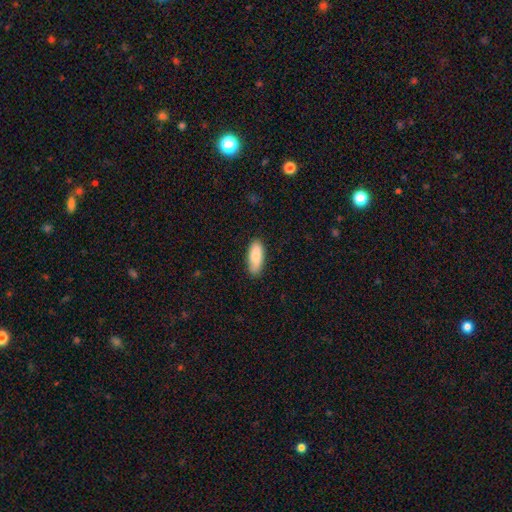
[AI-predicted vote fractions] smooth_or_featured: smooth (p=0.82) [alt: featured or disk p=0.12]
how_rounded: in between (p=0.79) [alt: cigar-shaped p=0.19]
merging: none (p=0.82) [alt: minor disturbance p=0.14]